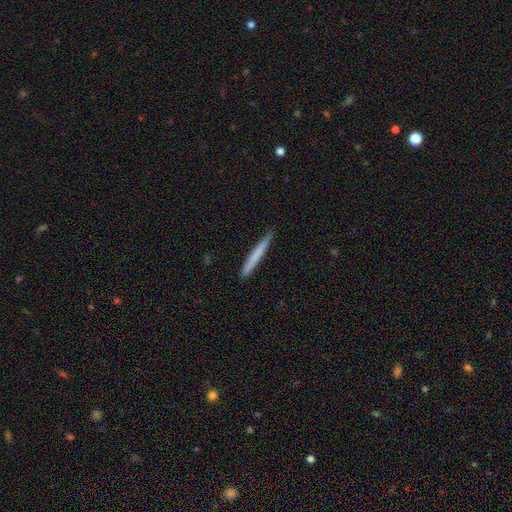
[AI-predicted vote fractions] Morphology: type=smooth (69%); roundness=cigar-shaped (97%); merging=none (88%).